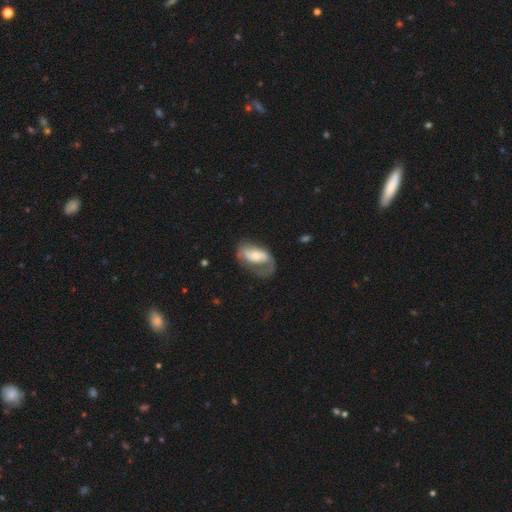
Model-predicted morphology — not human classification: featured or disk 58%, smooth 36%, star or artifact 6%. Down the decision tree: edge-on disk — no (94%); bar — no (54%); spiral arms — yes (72%); bulge size — small (44%); merging — major disturbance (38%).